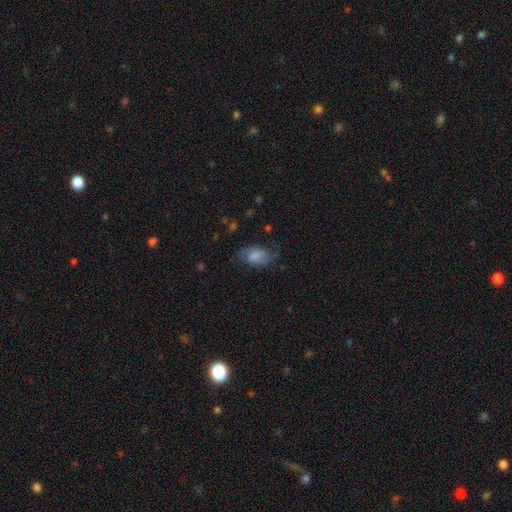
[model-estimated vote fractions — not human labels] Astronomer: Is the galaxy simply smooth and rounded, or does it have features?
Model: featured or disk — 46% (runner-up: smooth, 45%).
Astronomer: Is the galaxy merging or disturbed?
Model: none — 59%.